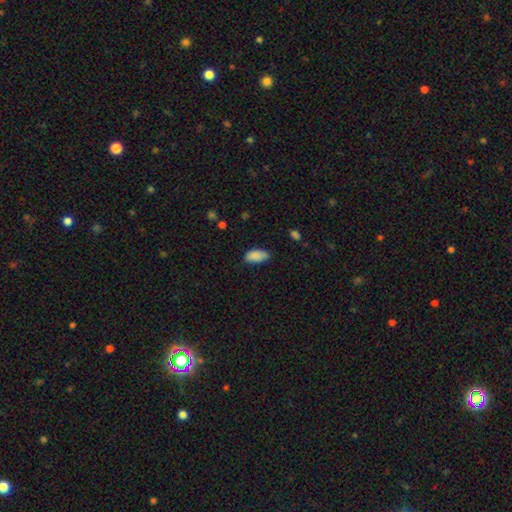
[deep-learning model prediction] This is clearly a smooth galaxy (88%). How rounded: clearly in between (93%). Merging: likely none (69%).